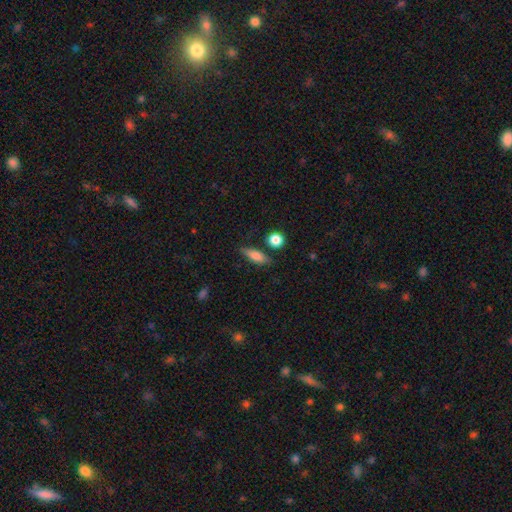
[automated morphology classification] smooth_or_featured: smooth (p=0.74) [alt: featured or disk p=0.18]
how_rounded: in between (p=0.57) [alt: cigar-shaped p=0.37]
merging: none (p=0.75) [alt: minor disturbance p=0.16]